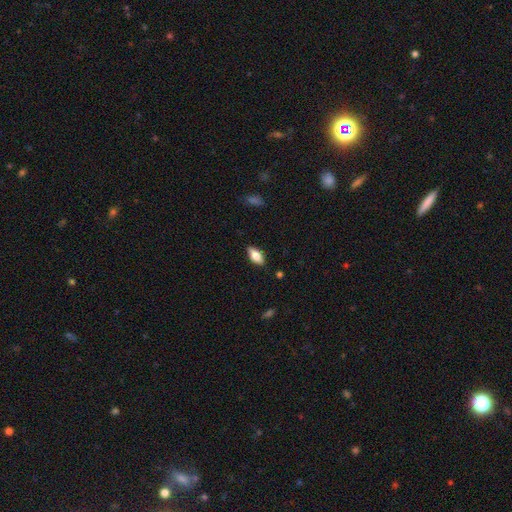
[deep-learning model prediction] smooth 70%, featured or disk 23%, star or artifact 7%. Down the decision tree: how rounded — in between (84%); merging — none (85%).